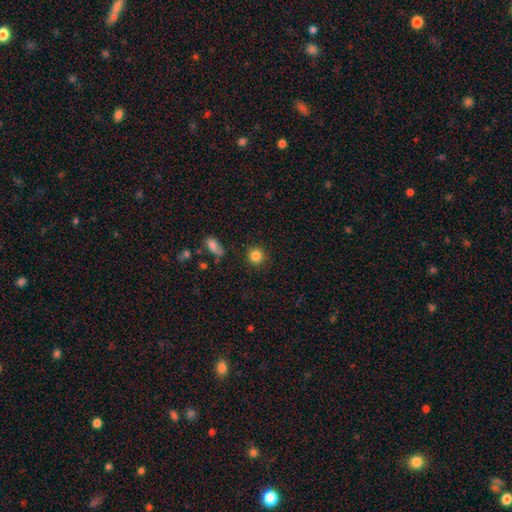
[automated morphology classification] The model was most divided on "smooth or featured": smooth: 85%, star or artifact: 11%, featured or disk: 5%. More confident: how rounded — round (93%); merging — none (88%).